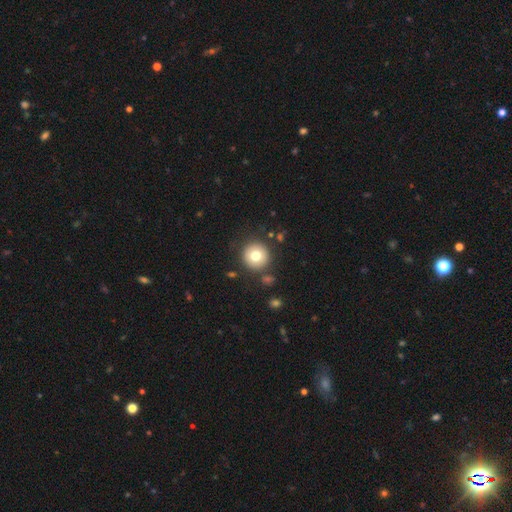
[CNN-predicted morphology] smooth 76%, featured or disk 14%, star or artifact 10%. Down the decision tree: how rounded — round (96%); merging — none (86%).